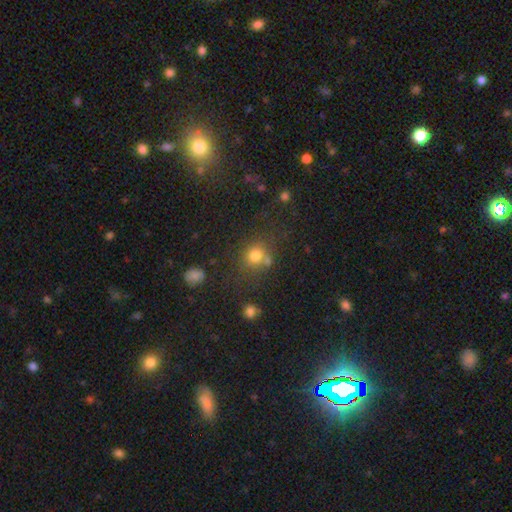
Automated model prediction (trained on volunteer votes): Smooth or featured: smooth — 75% (star or artifact — 16%)
How rounded: round — 81% (in between — 17%)
Merging: none — 65% (merger — 16%)